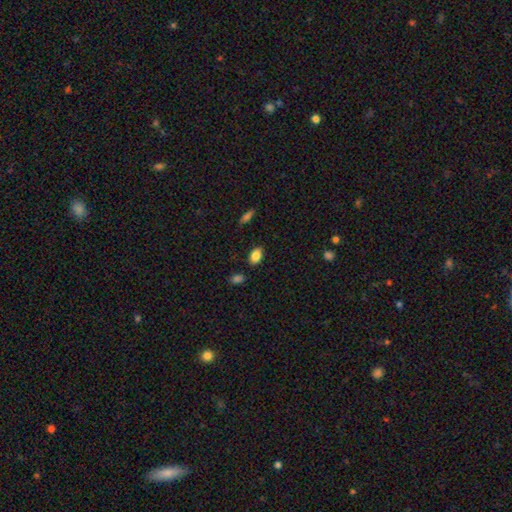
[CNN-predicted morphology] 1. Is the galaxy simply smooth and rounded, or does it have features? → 85% smooth, 8% star or artifact, 7% featured or disk.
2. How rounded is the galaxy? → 90% in between, 7% round, 2% cigar-shaped.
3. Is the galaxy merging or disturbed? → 84% none, 11% minor disturbance, 3% major disturbance, 2% merger.